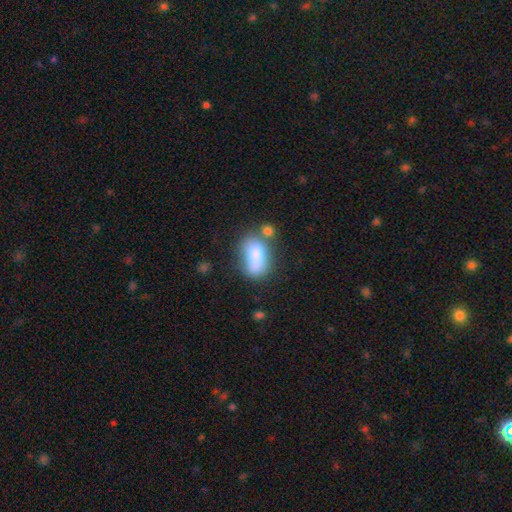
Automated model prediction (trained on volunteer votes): The model was most divided on "merging": none: 39%, merger: 27%, minor disturbance: 22%, major disturbance: 12%. More confident: how rounded — in between (88%); smooth or featured — smooth (78%).